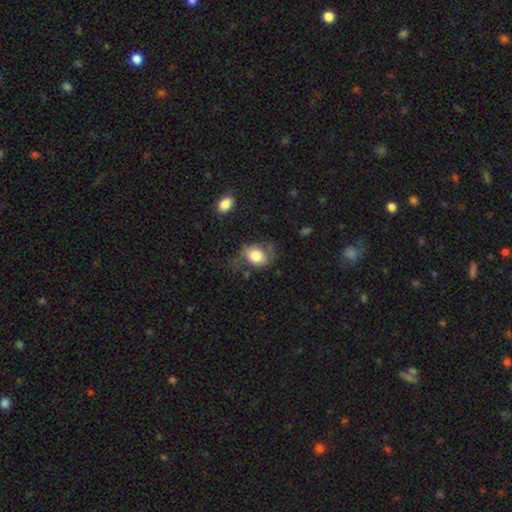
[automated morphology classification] type=smooth (74%); roundness=in between (64%); merging=none (50%).